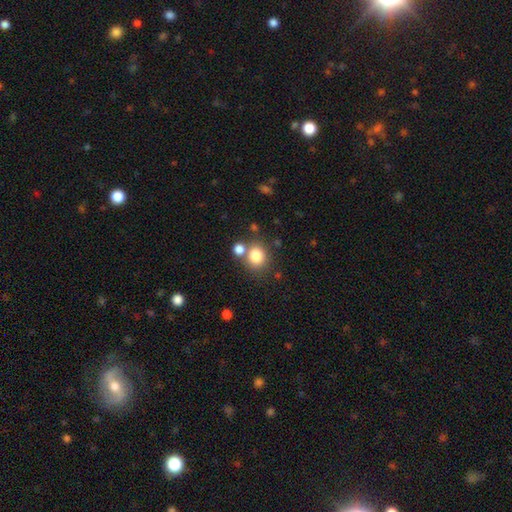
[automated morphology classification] This is clearly a smooth galaxy (82%). How rounded: likely round (75%). Merging: likely none (65%).